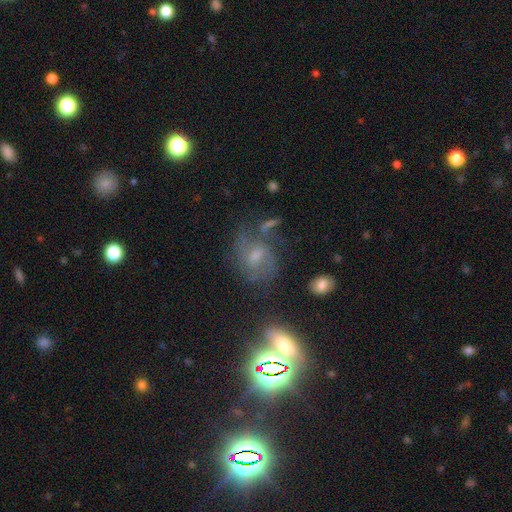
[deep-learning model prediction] This appears to be a featured or disk galaxy (59%) with a weak bar (47%), spiral arms (83%) and a moderate central bulge (46%). Merging: none (51%).